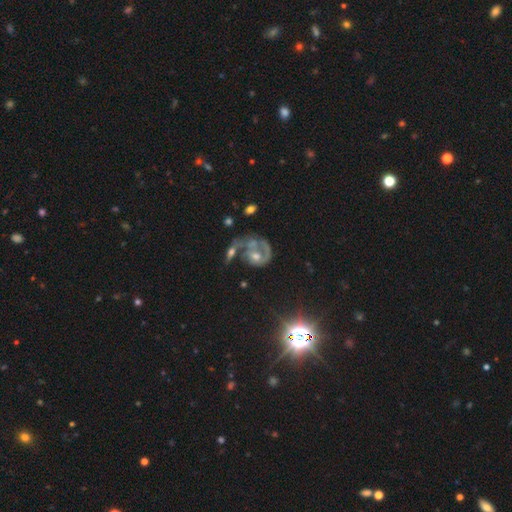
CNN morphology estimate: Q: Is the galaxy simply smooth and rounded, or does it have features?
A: featured or disk — 71%.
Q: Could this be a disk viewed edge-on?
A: no — 97%.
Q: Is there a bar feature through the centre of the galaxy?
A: no — 80%.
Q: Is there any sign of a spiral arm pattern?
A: yes — 69%.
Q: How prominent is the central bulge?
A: moderate — 52%.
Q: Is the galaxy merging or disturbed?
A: merger — 34%.